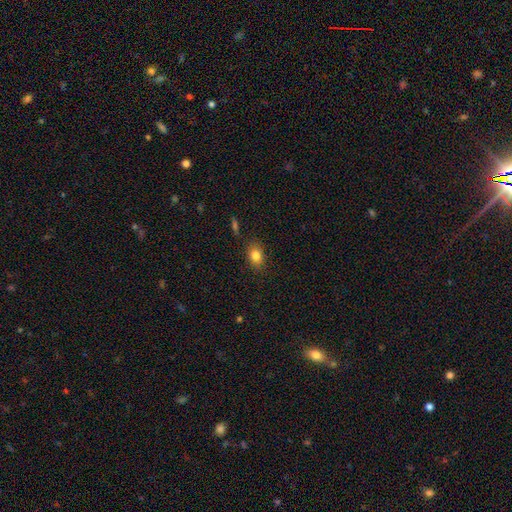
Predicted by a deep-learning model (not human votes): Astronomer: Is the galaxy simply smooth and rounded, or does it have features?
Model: smooth — 82%.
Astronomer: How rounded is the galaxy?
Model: in between — 67%.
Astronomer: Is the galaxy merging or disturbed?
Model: none — 84%.